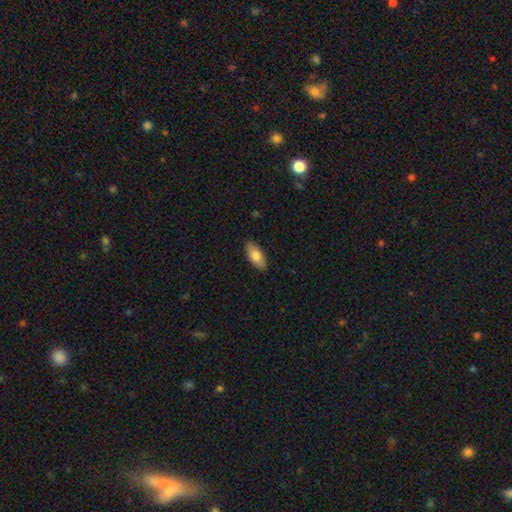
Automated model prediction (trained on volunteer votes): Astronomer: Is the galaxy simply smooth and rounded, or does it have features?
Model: smooth — 81%.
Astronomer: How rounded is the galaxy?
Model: in between — 89%.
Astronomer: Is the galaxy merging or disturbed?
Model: none — 88%.